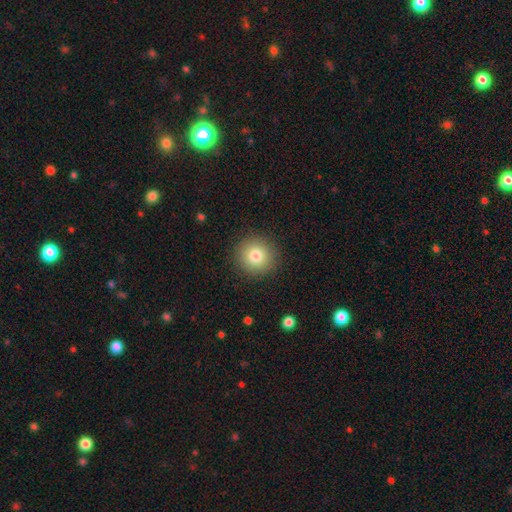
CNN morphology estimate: This appears to be a smooth galaxy with no disk features (81%) that is round (94%). Merging: none (91%).